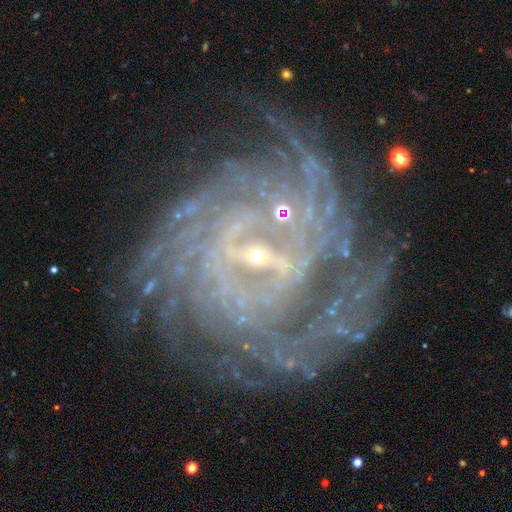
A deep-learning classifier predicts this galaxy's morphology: Q: Smooth or featured?
A: featured or disk (88%); runner-up: star or artifact (7%)
Q: Edge-on disk?
A: no (97%); runner-up: yes (3%)
Q: Bar?
A: weak (50%); runner-up: strong (26%)
Q: Spiral arms?
A: yes (97%); runner-up: no (3%)
Q: Spiral winding?
A: tight (72%); runner-up: medium (23%)
Q: Spiral arm count?
A: can't tell (25%); tied with: more than 4 (25%)
Q: Bulge size?
A: small (79%); runner-up: moderate (10%)
Q: Merging?
A: none (70%); runner-up: minor disturbance (16%)